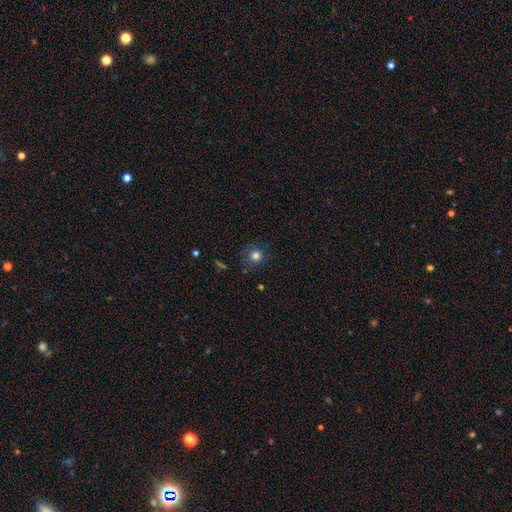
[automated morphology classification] Smooth or featured? smooth (80%)
How rounded? round (93%)
Merging? none (81%)